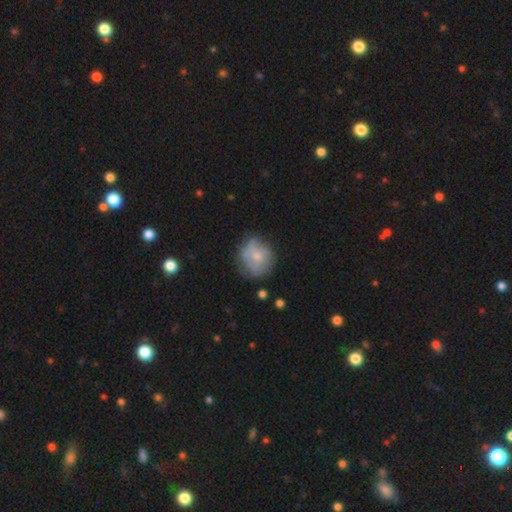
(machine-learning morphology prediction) Smooth or featured? smooth (59%)
How rounded? round (79%)
Merging? none (58%)